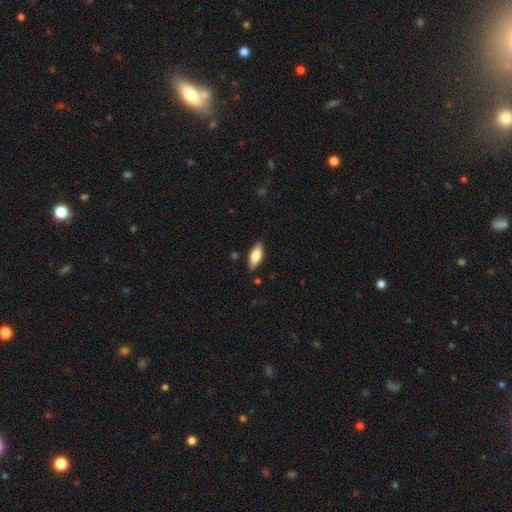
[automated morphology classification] type=smooth (74%); roundness=in between (74%); merging=none (85%).